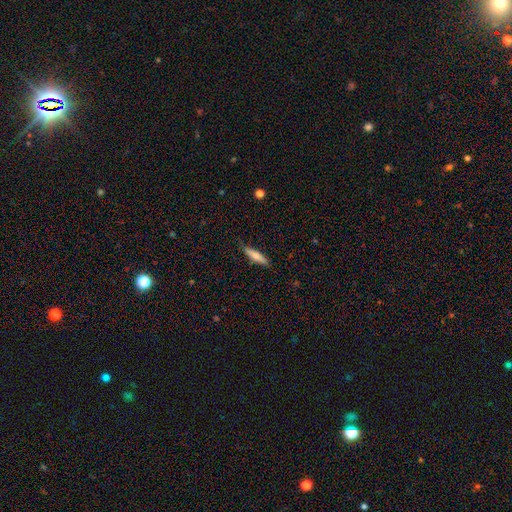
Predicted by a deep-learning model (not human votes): Smooth or featured? Predicted: smooth (p=0.70). How rounded? Predicted: cigar-shaped (p=0.81). Merging? Predicted: none (p=0.84).